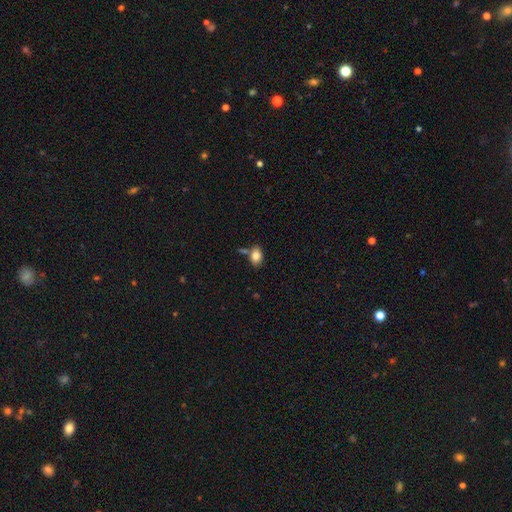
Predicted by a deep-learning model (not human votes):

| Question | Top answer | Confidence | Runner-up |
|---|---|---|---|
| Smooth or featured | smooth | 83% | star or artifact (9%) |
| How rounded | in between | 80% | round (18%) |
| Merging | none | 65% | merger (16%) |